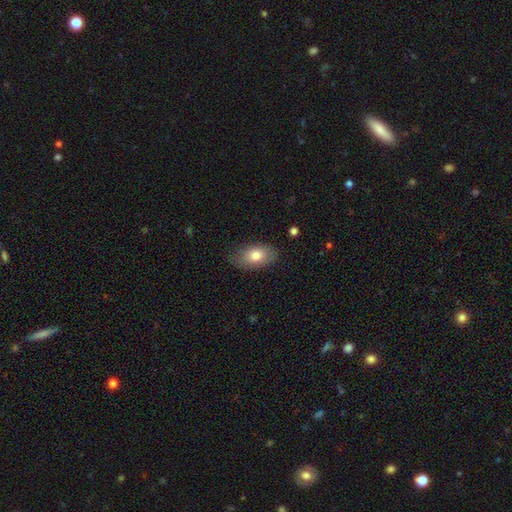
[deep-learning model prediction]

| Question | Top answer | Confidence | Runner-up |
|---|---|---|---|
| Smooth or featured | smooth | 78% | featured or disk (15%) |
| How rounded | in between | 91% | round (7%) |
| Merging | none | 79% | minor disturbance (16%) |